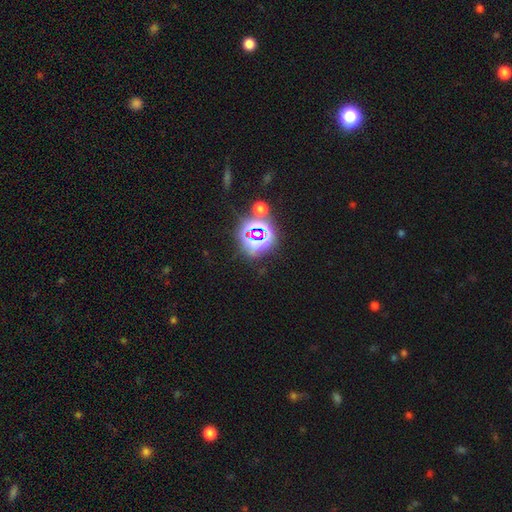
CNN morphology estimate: This is clearly a star or artifact rather than a galaxy (80%).